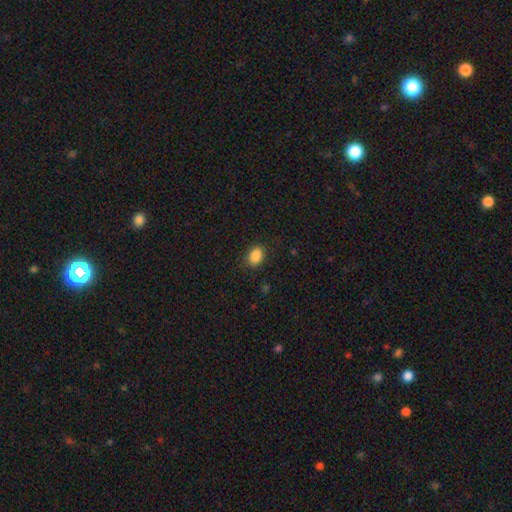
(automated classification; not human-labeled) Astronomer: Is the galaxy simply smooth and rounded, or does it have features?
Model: smooth — 87%.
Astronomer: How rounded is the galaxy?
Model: in between — 71%.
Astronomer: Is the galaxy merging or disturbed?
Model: none — 84%.